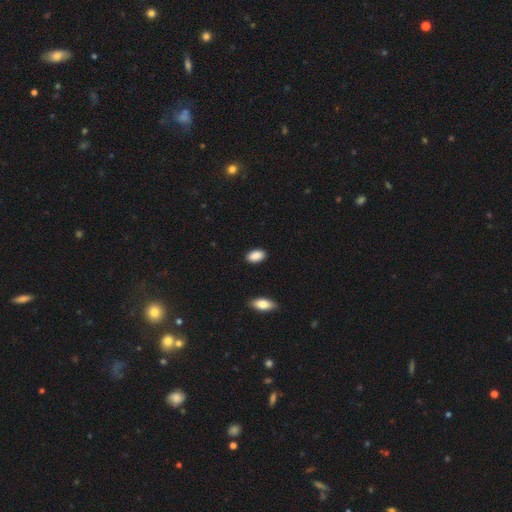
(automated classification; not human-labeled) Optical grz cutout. It shows a smooth galaxy with no disk features (90%) that is in between round and cigar-shaped (93%). Merging: none (89%).